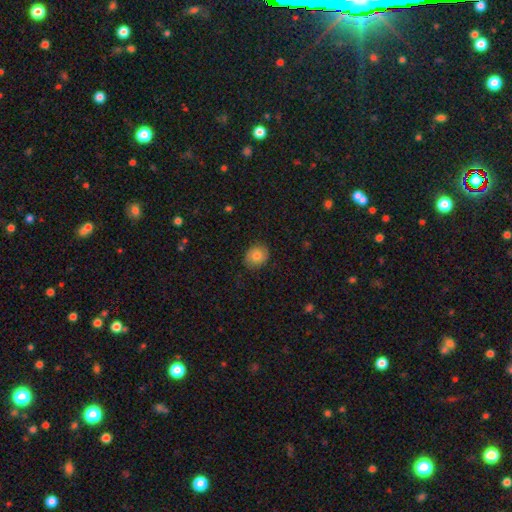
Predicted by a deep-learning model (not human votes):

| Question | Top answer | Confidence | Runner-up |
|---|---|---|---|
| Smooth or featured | smooth | 79% | featured or disk (12%) |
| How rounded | round | 65% | in between (34%) |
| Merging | none | 85% | minor disturbance (11%) |